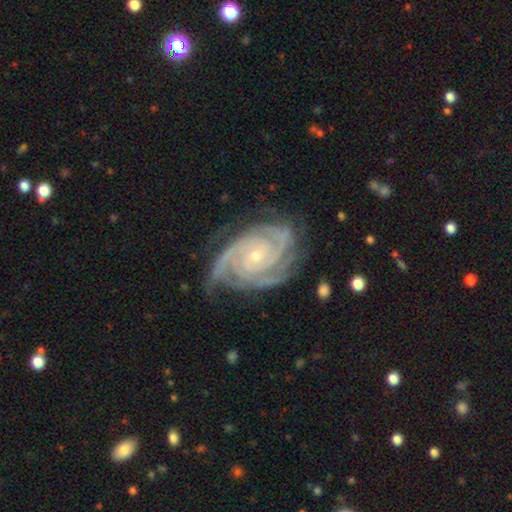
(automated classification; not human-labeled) A featured or disk galaxy (93%) with no bar (69%), 3 (37%) tight (77%) spiral arms (99%) and a small central bulge (73%). Merging: none (74%).